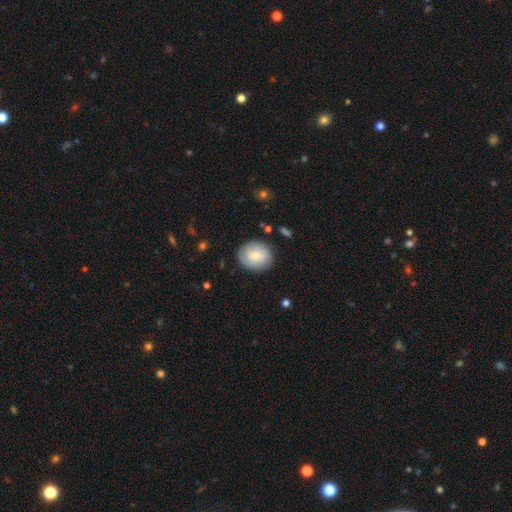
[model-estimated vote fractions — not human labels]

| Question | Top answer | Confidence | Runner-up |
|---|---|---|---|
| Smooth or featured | smooth | 70% | featured or disk (24%) |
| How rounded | round | 69% | in between (30%) |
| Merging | none | 83% | minor disturbance (12%) |